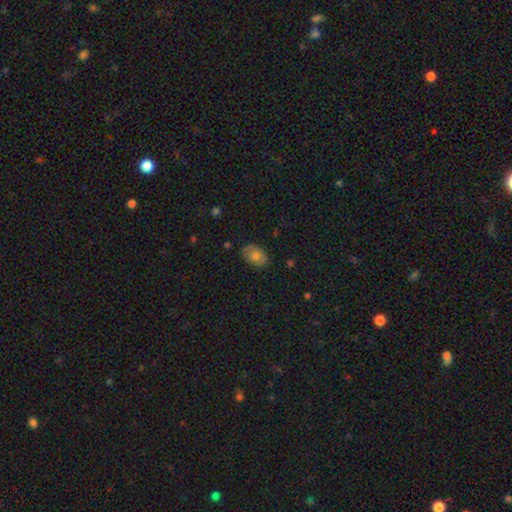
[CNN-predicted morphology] smooth 72%, featured or disk 18%, star or artifact 10%. Down the decision tree: how rounded — in between (85%); merging — none (79%).